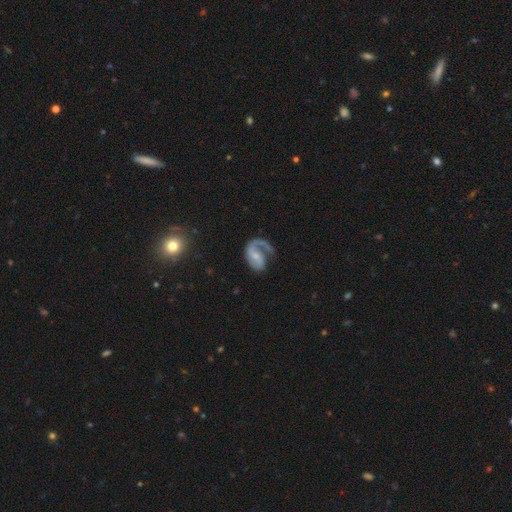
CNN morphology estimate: This is likely a featured or disk galaxy (79%). It is clearly not viewed edge-on (98%). Bar: possibly no (54%). Spiral arm pattern: clearly yes (92%). Spiral arm count: likely 1 (69%). Spiral winding: marginally medium (41%). Central bulge: possibly small (59%). Merging: marginally none (42%).